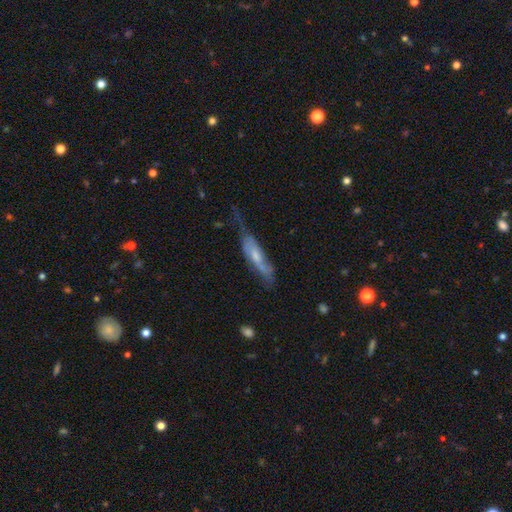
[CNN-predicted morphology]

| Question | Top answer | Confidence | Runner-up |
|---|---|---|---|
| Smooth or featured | featured or disk | 52% | smooth (41%) |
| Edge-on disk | no | 54% | yes (46%) |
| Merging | none | 33% | major disturbance (31%) |